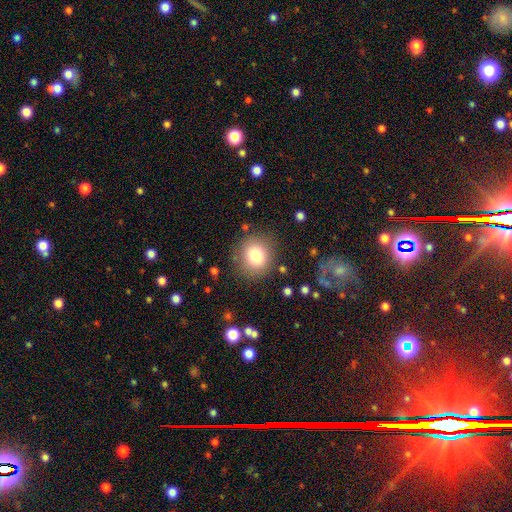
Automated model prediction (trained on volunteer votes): This is clearly a smooth galaxy (80%). How rounded: clearly round (86%). Merging: clearly none (84%).